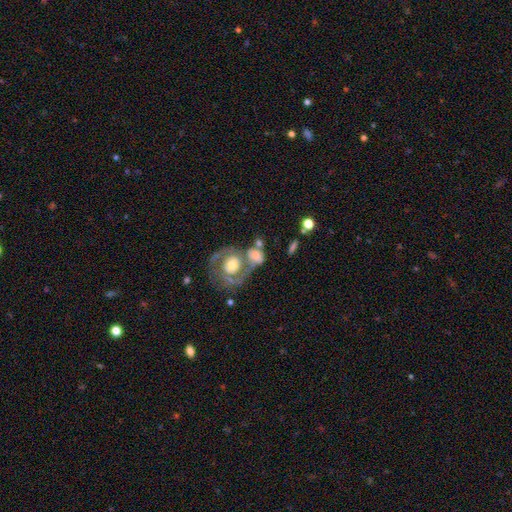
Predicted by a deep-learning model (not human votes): Morphology: type=featured or disk (51%); edge-on=no (95%); merging=merger (44%).